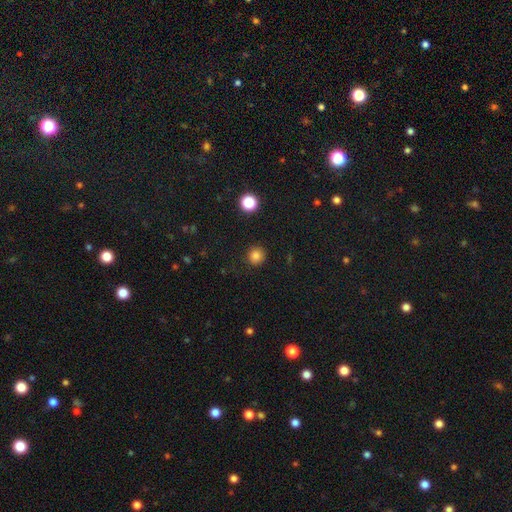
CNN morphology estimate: smooth 83%, star or artifact 13%, featured or disk 4%. Down the decision tree: how rounded — round (93%); merging — none (90%).